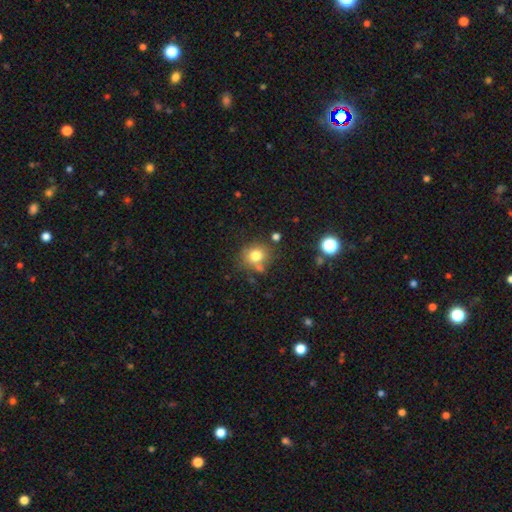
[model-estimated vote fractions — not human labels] A smooth galaxy with no disk features (77%) that is round (74%). Merging: none (69%).